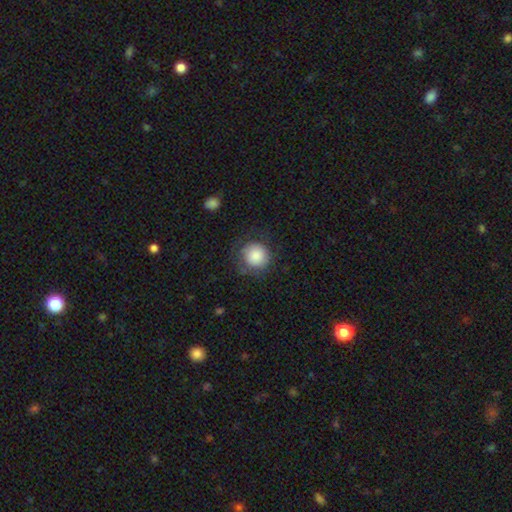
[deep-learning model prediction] The model was most divided on "merging": none: 71%, minor disturbance: 18%, major disturbance: 10%, merger: 1%. More confident: how rounded — round (92%); smooth or featured — smooth (84%).